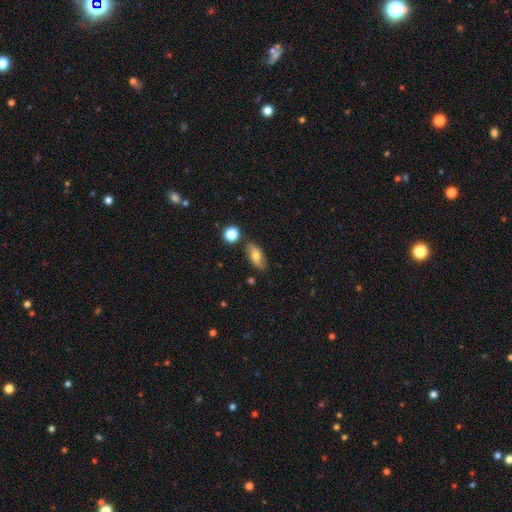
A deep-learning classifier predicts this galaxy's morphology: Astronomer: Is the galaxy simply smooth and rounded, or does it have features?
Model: smooth — 70%.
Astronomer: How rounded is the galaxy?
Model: in between — 82%.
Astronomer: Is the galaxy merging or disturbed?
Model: none — 81%.